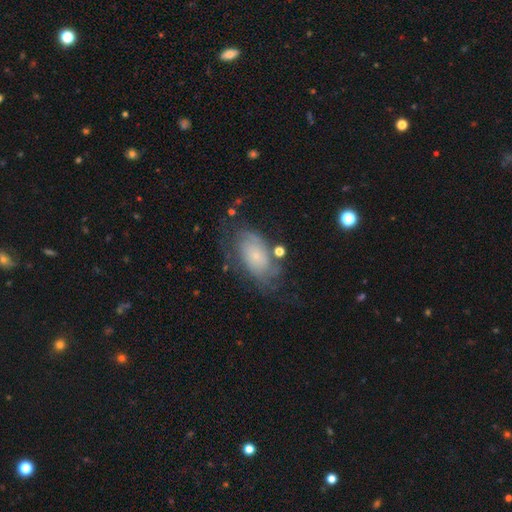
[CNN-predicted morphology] A featured or disk galaxy (61%) with no bar (82%), spiral arms (78%) and a small central bulge (78%). Merging: none (60%).